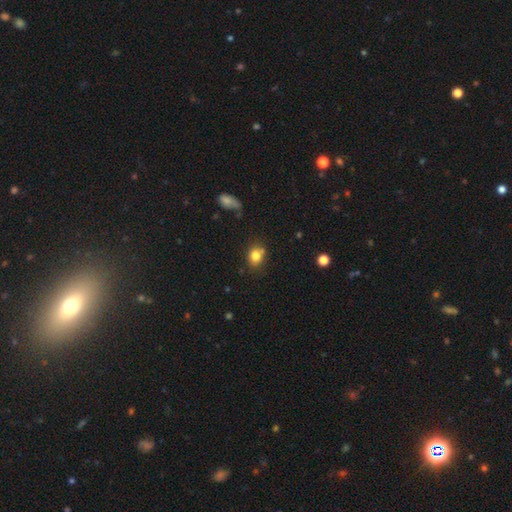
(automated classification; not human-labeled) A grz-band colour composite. It shows a smooth galaxy with no disk features (81%) that is round (54%). Merging: none (70%).